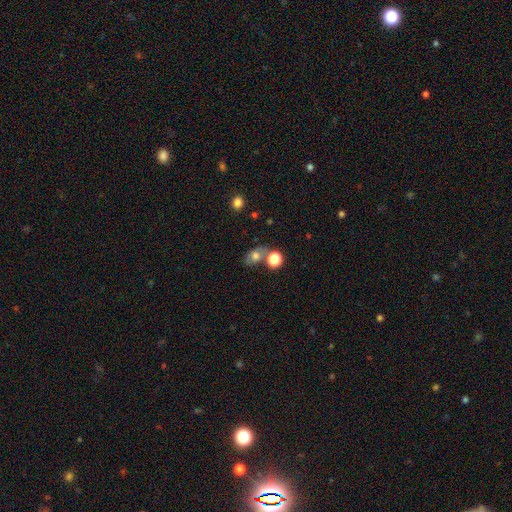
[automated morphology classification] Smooth or featured: smooth — 70% (featured or disk — 17%)
How rounded: in between — 61% (round — 37%)
Merging: none — 53% (merger — 24%)